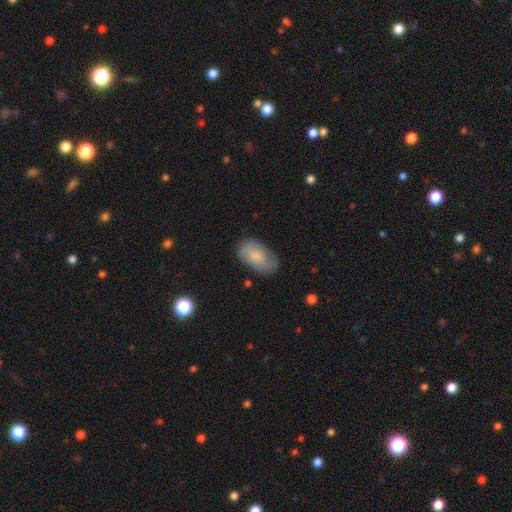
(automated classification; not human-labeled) Morphology: type=smooth (70%); roundness=in between (94%); merging=none (74%).